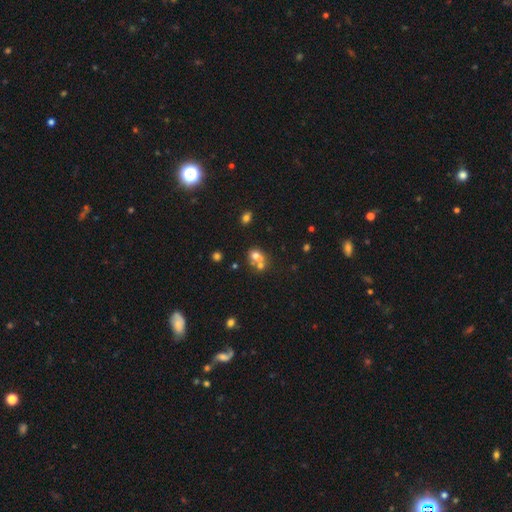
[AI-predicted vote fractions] Smooth or featured? smooth (67%)
How rounded? in between (54%)
Merging? merger (53%)